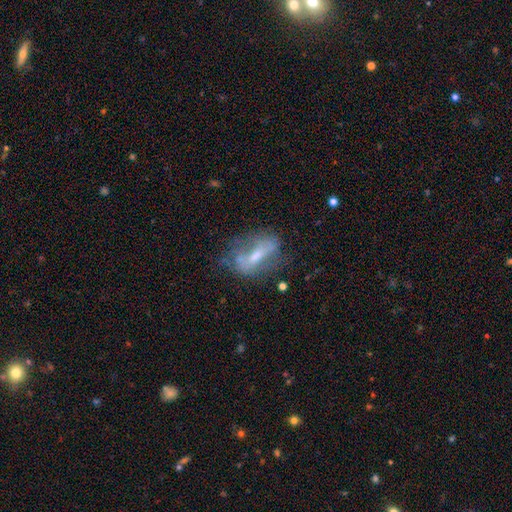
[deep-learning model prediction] Smooth or featured?
  - featured or disk: 61% *
  - smooth: 29%
  - star or artifact: 10%
Edge-on disk?
  - no: 84% *
  - yes: 16%
Bar?
  - strong: 37% *
  - weak: 34%
  - no: 30%
Spiral arms?
  - no: 57% *
  - yes: 43%
Bulge size?
  - moderate: 44% * (tied)
  - small: 44% * (tied)
  - none: 6%
  - large: 4%
  - dominant: 1%
Merging?
  - none: 49% *
  - minor disturbance: 26%
  - major disturbance: 21%
  - merger: 5%